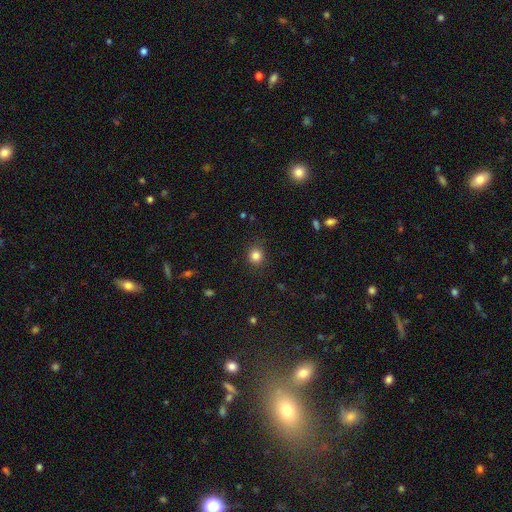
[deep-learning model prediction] smooth_or_featured: smooth (p=0.83) [alt: star or artifact p=0.12]
how_rounded: round (p=0.87) [alt: in between p=0.12]
merging: none (p=0.87) [alt: minor disturbance p=0.09]